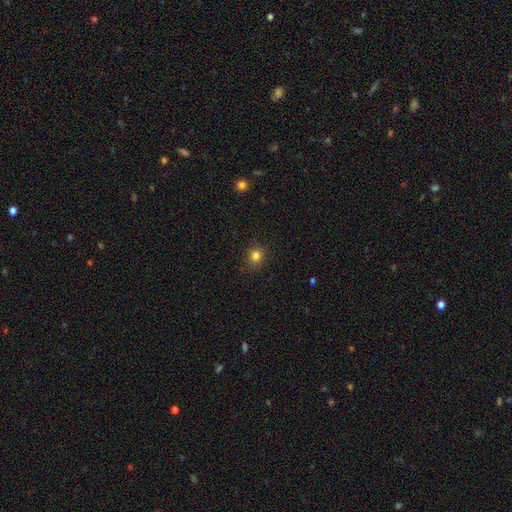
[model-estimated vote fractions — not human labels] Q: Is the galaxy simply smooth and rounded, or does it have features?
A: smooth — 82%.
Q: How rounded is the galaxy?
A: round — 81%.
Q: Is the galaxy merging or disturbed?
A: none — 89%.